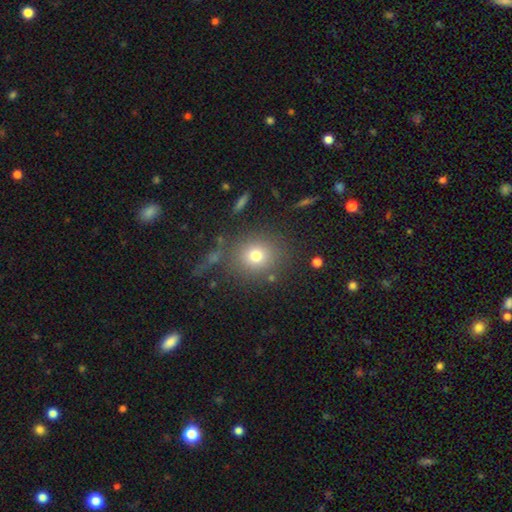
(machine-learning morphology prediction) Smooth or featured? smooth (75%)
How rounded? round (83%)
Merging? none (78%)